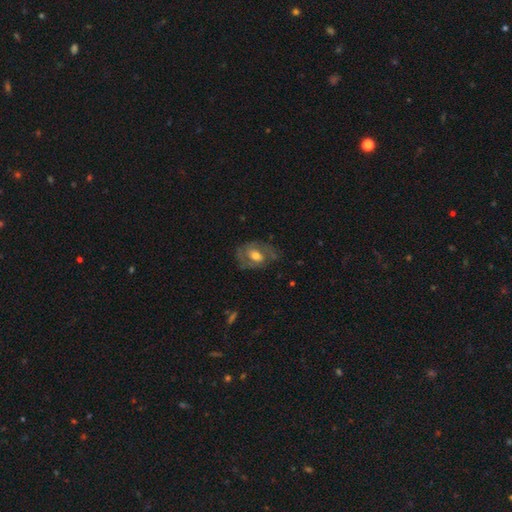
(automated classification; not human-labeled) This appears to be a featured or disk galaxy (64%) with no bar (51%), spiral arms (72%) and a moderate central bulge (68%). Merging: none (66%).